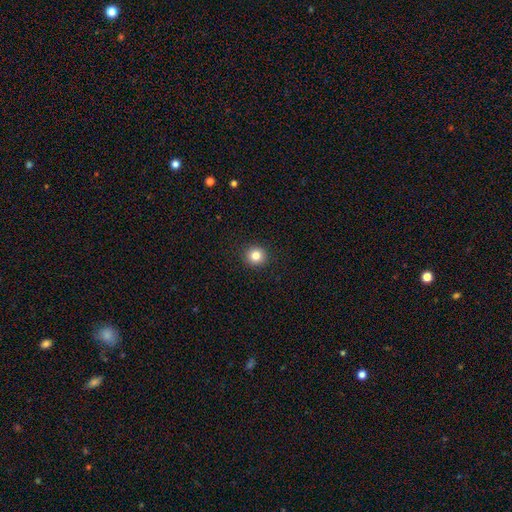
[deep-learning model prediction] A smooth galaxy with no disk features (83%) that is round (93%). Merging: none (92%).